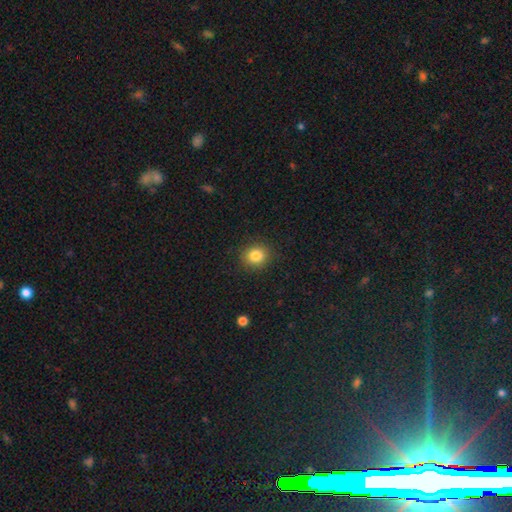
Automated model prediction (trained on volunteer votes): smooth 84%, star or artifact 11%, featured or disk 6%. Down the decision tree: how rounded — round (81%); merging — none (89%).